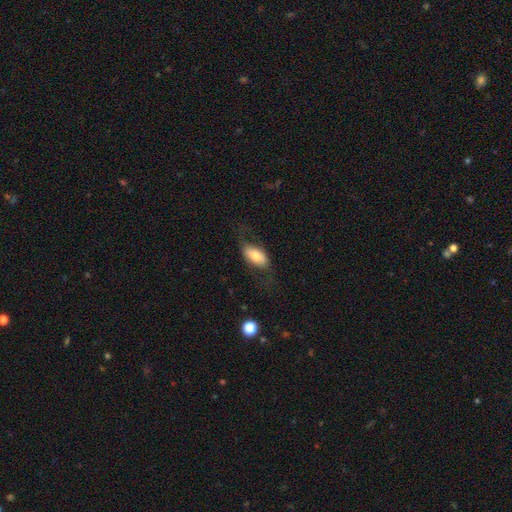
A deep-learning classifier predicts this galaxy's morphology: Smooth or featured? Predicted: smooth (p=0.65). How rounded? Predicted: in between (p=0.90). Merging? Predicted: none (p=0.63).